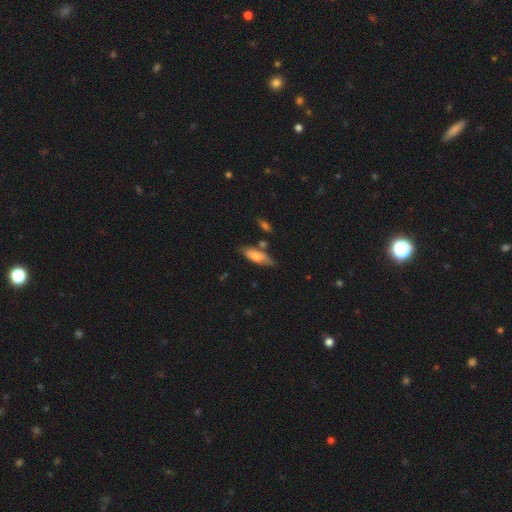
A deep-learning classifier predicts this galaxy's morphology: Q: Smooth or featured?
A: smooth (72%); runner-up: featured or disk (21%)
Q: How rounded?
A: in between (67%); runner-up: cigar-shaped (31%)
Q: Merging?
A: none (66%); runner-up: minor disturbance (21%)